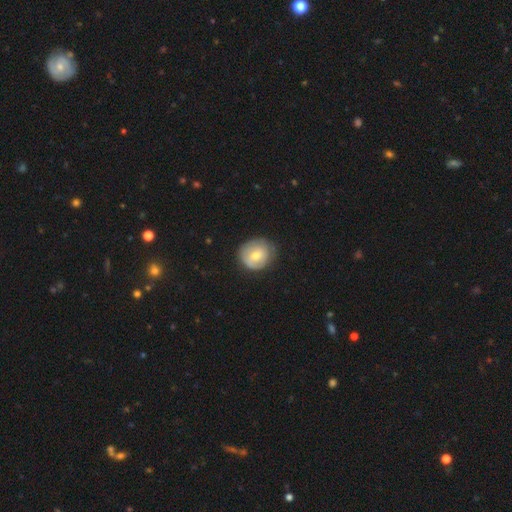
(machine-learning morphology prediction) This appears to be a smooth galaxy with no disk features (57%) that is round (83%). Merging: none (73%).